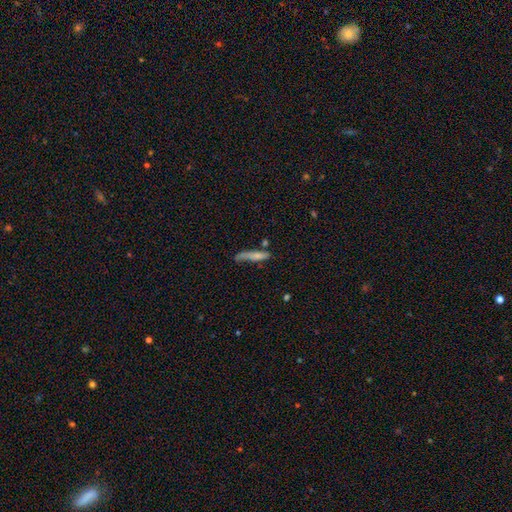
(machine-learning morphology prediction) Q: Smooth or featured?
A: smooth (66%); runner-up: featured or disk (26%)
Q: How rounded?
A: cigar-shaped (82%); runner-up: in between (15%)
Q: Merging?
A: none (44%); runner-up: minor disturbance (26%)